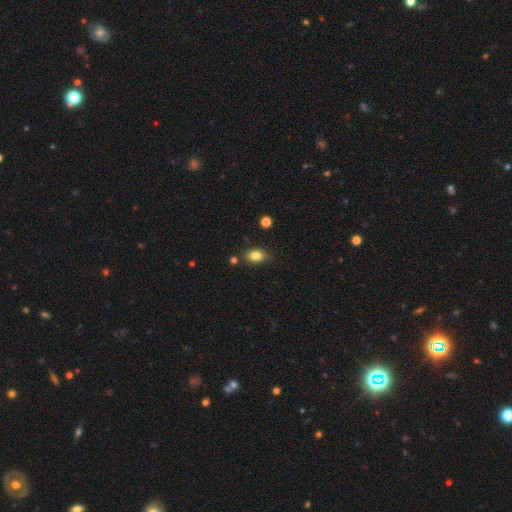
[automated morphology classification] smooth-or-featured: smooth: 82% | star or artifact: 10% | featured or disk: 8%
  how-rounded: in between: 80% | round: 18% | cigar-shaped: 2%
  merging: none: 78% | minor disturbance: 15% | merger: 4% | major disturbance: 3%